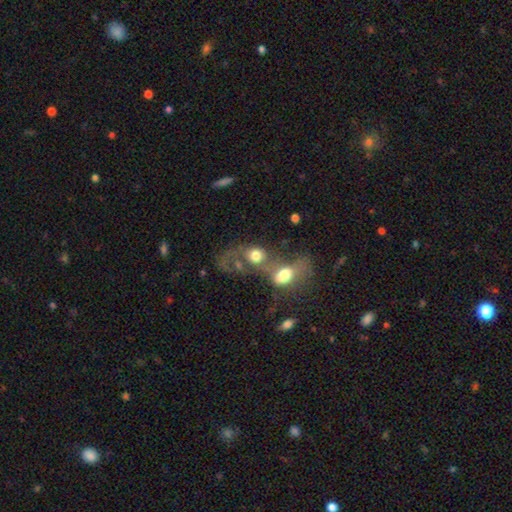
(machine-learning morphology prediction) Q: Smooth or featured?
A: smooth (59%); runner-up: featured or disk (30%)
Q: How rounded?
A: in between (52%); runner-up: round (46%)
Q: Merging?
A: merger (73%); runner-up: major disturbance (13%)